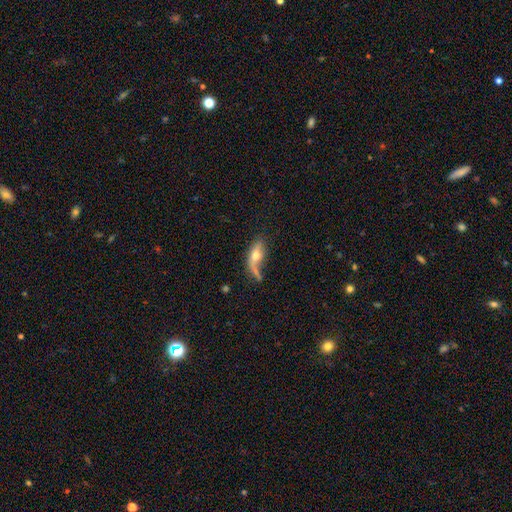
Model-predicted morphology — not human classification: Smooth or featured?
  - smooth: 50% *
  - featured or disk: 42%
  - star or artifact: 8%
Merging?
  - none: 37% *
  - major disturbance: 24%
  - minor disturbance: 23%
  - merger: 16%